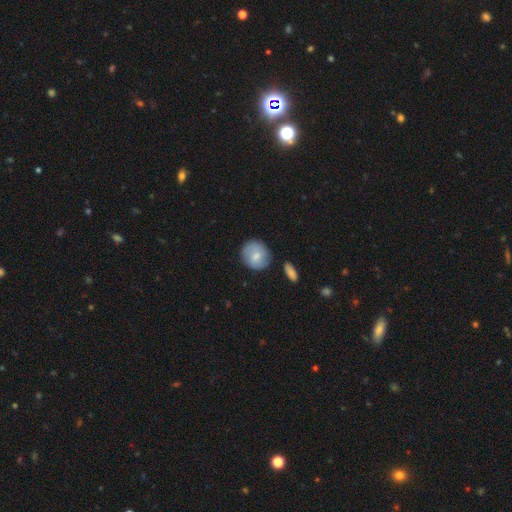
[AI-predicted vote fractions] smooth_or_featured: smooth (p=0.70) [alt: featured or disk p=0.24]
how_rounded: round (p=0.79) [alt: in between p=0.20]
merging: none (p=0.75) [alt: minor disturbance p=0.16]